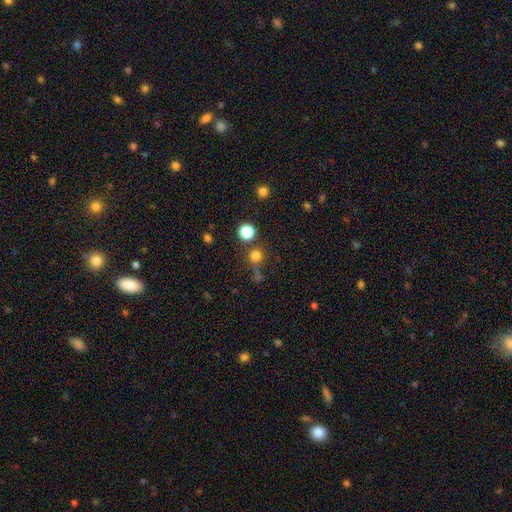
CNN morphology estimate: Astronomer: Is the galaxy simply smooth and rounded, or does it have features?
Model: smooth — 73%.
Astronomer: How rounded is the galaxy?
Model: round — 93%.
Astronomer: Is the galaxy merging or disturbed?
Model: none — 67%.